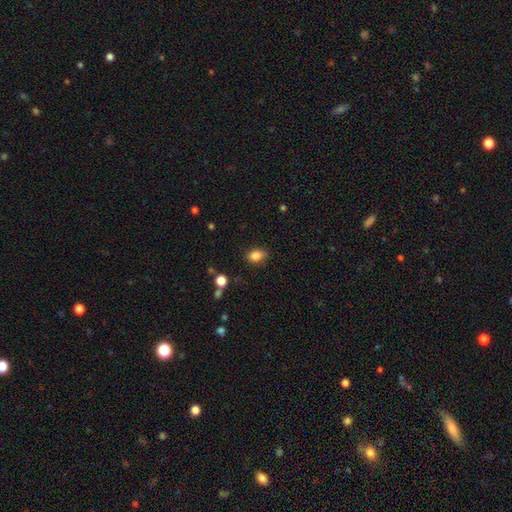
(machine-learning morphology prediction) smooth 84%, star or artifact 10%, featured or disk 6%. Down the decision tree: how rounded — in between (79%); merging — none (81%).